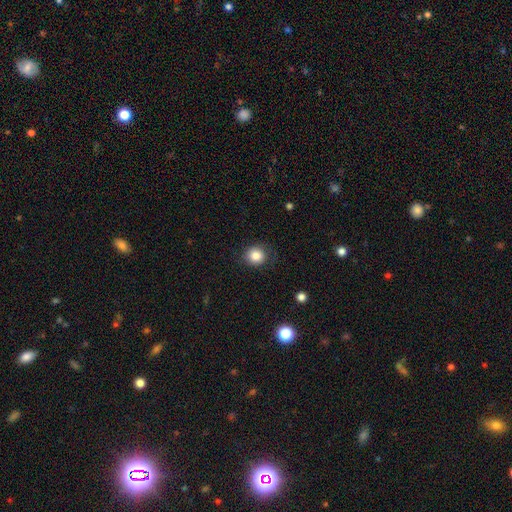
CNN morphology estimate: A smooth galaxy with no disk features (84%) that is round (84%). Merging: none (82%).